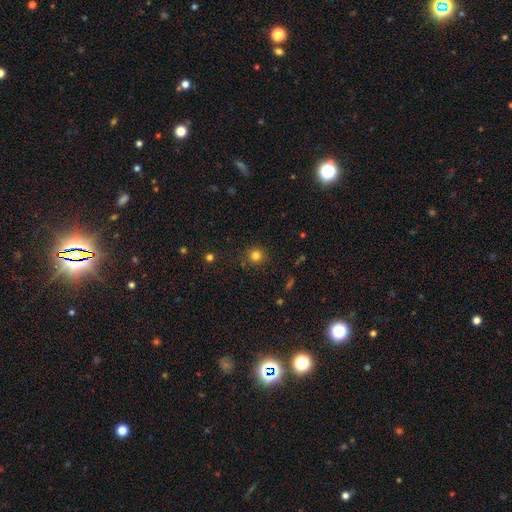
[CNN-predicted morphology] This is likely a smooth galaxy (80%). How rounded: clearly round (93%). Merging: clearly none (87%).